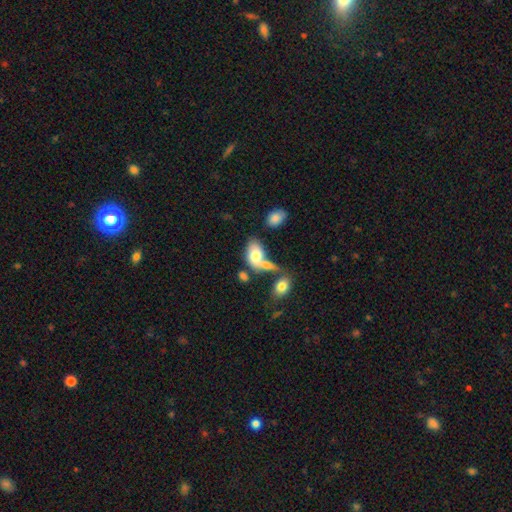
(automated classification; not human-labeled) smooth_or_featured: smooth (p=0.71) [alt: featured or disk p=0.22]
how_rounded: in between (p=0.89) [alt: round p=0.08]
merging: merger (p=0.50) [alt: none p=0.26]